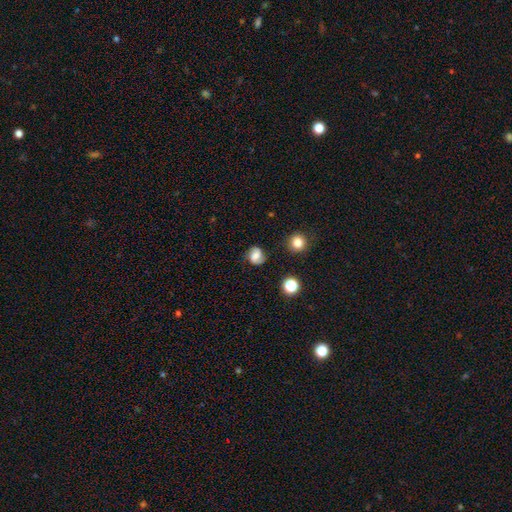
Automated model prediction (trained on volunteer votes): Smooth or featured: smooth — 45% (featured or disk — 42%)
Merging: none — 71% (minor disturbance — 19%)